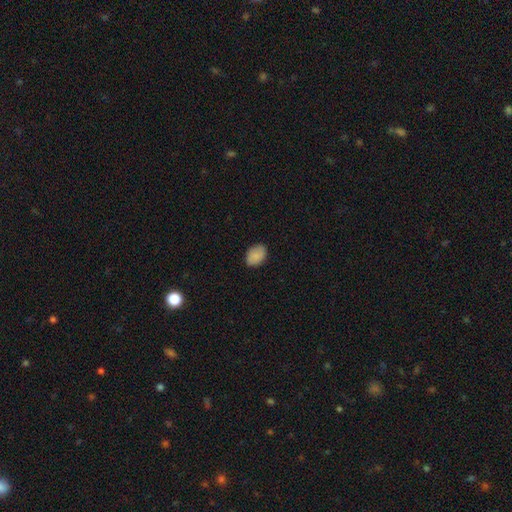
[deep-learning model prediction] Overall: smooth (88%). How rounded: in between (81%). Merging: none (87%).